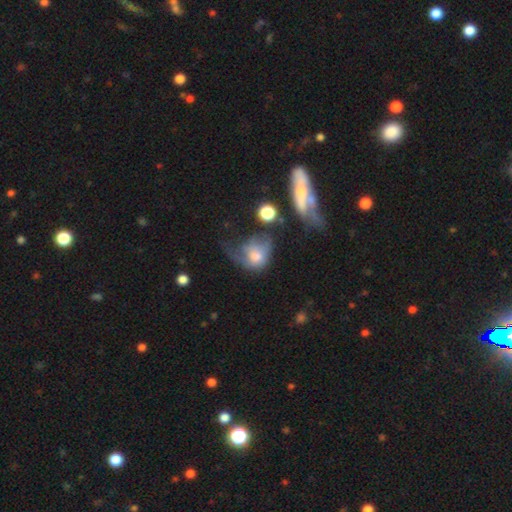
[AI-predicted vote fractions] A smooth galaxy with no disk features (55%) that is round (52%).

Vote fractions:
- Smooth or featured? smooth: 55% / featured or disk: 35% / star or artifact: 10%
- How rounded? round: 52% / in between: 46% / cigar-shaped: 2%
- Merging? major disturbance: 48% / none: 19% / minor disturbance: 19% / merger: 15%